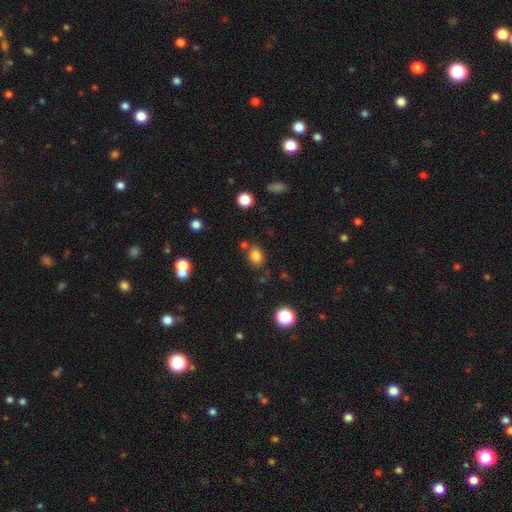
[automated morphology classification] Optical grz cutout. It shows a smooth galaxy with no disk features (80%) that is in between round and cigar-shaped (58%). Merging: none (69%).